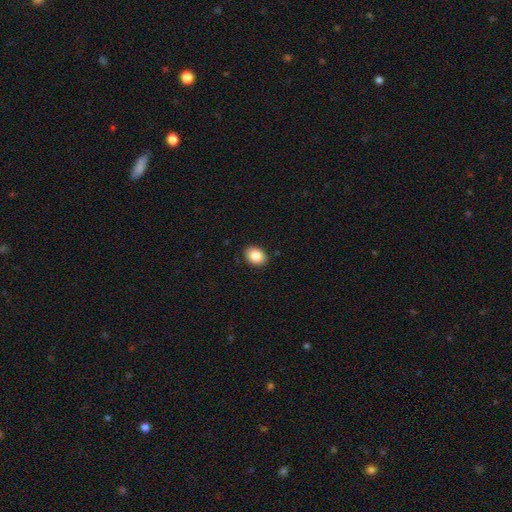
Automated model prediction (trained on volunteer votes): Smooth or featured? Predicted: smooth (p=0.86). How rounded? Predicted: in between (p=0.71). Merging? Predicted: none (p=0.89).